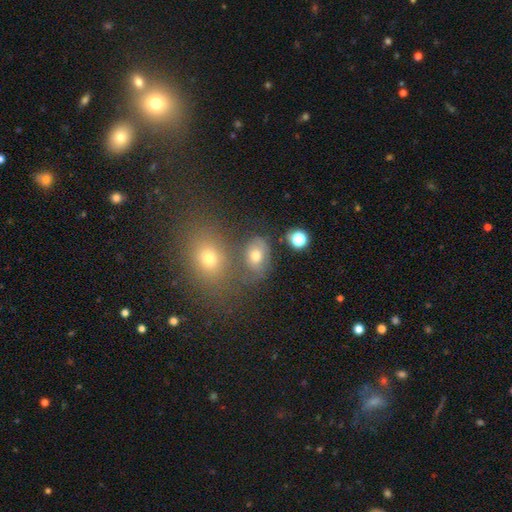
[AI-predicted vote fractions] Smooth or featured: smooth — 67% (featured or disk — 17%)
How rounded: in between — 69% (round — 29%)
Merging: none — 55% (merger — 20%)